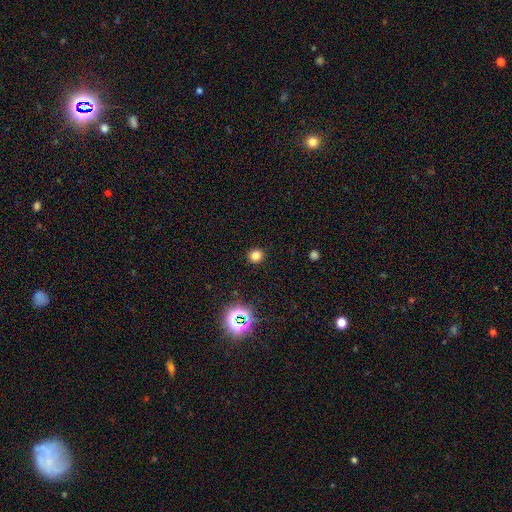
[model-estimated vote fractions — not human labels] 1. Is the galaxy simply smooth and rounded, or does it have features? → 77% smooth, 18% star or artifact, 5% featured or disk.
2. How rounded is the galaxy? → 91% round, 8% in between, 1% cigar-shaped.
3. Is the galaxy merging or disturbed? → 91% none, 5% minor disturbance, 2% major disturbance, 1% merger.